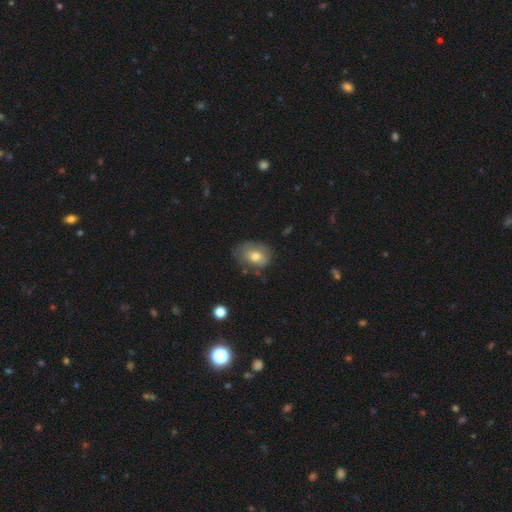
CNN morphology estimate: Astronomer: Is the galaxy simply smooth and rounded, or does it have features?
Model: smooth — 69%.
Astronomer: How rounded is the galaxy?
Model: in between — 75%.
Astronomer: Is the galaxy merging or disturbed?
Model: none — 58%.